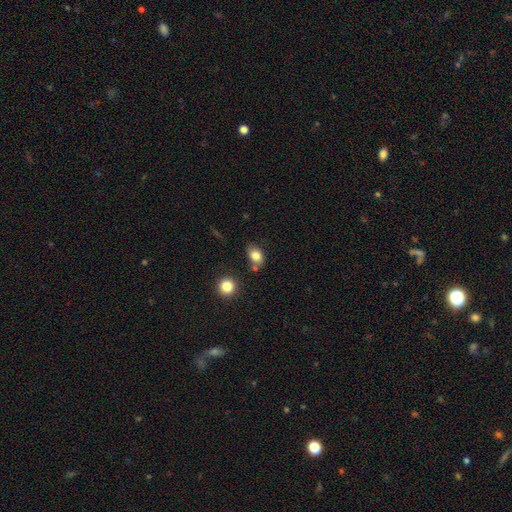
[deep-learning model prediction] Morphology: type=smooth (81%); roundness=in between (77%); merging=none (69%).